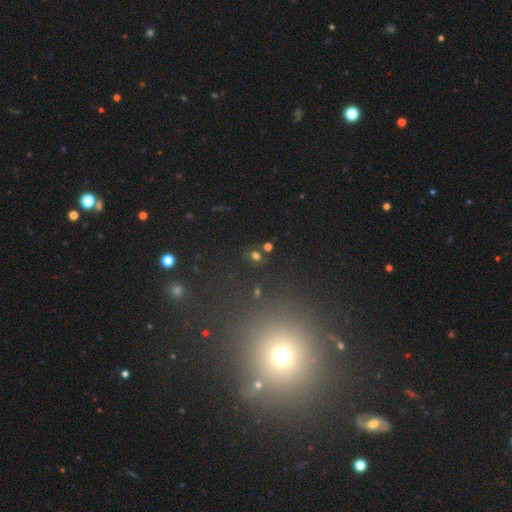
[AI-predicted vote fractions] Smooth or featured? Predicted: smooth (p=0.63). How rounded? Predicted: round (p=0.66). Merging? Predicted: none (p=0.74).